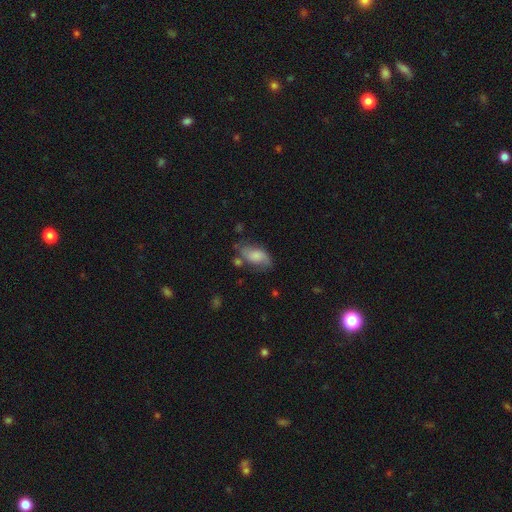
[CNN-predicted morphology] Smooth or featured: smooth — 62% (featured or disk — 30%)
How rounded: in between — 90% (cigar-shaped — 5%)
Merging: none — 51% (minor disturbance — 29%)